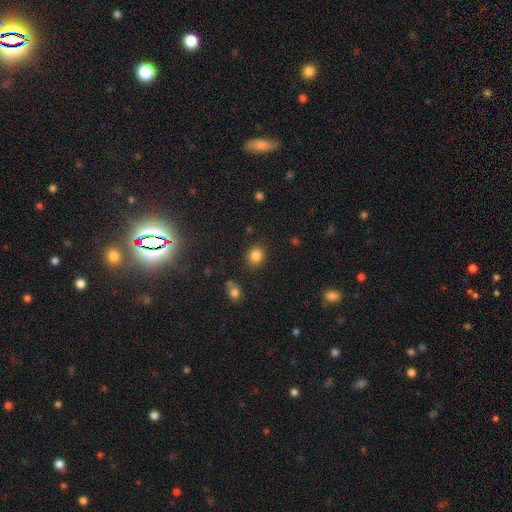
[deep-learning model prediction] Smooth or featured?
  - smooth: 83% *
  - star or artifact: 11%
  - featured or disk: 6%
How rounded?
  - round: 76% *
  - in between: 23%
  - cigar-shaped: 1%
Merging?
  - none: 87% *
  - minor disturbance: 8%
  - major disturbance: 3%
  - merger: 2%